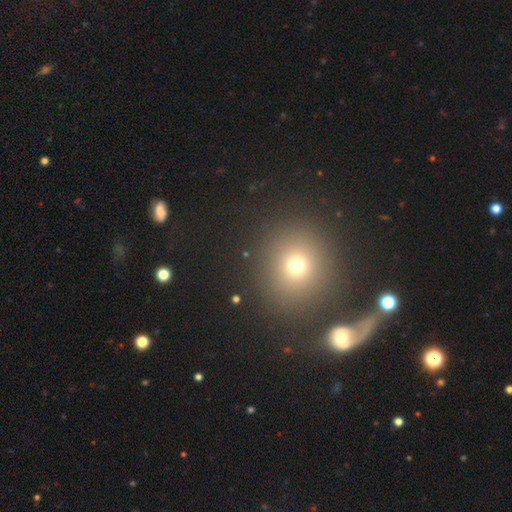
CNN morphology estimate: Smooth or featured? Predicted: smooth (p=0.60). How rounded? Predicted: round (p=0.92). Merging? Predicted: none (p=0.80).